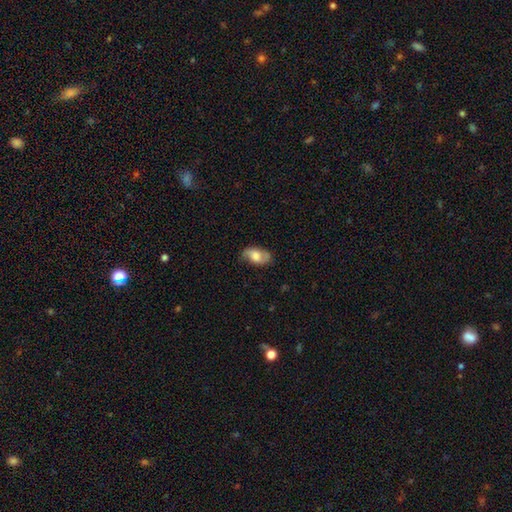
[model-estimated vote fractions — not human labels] Overall: smooth (54%; featured or disk 38%). How rounded: in between (91%). Merging: none (73%).